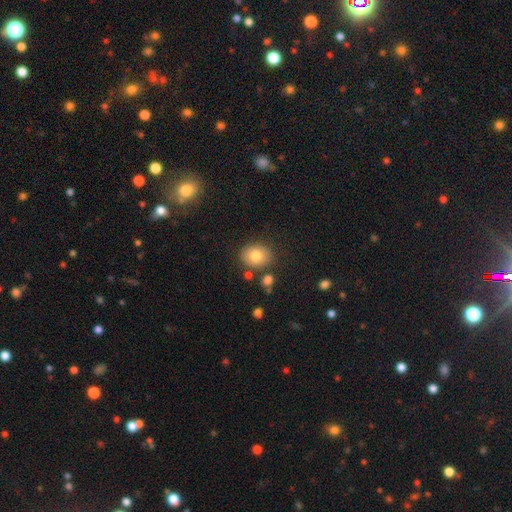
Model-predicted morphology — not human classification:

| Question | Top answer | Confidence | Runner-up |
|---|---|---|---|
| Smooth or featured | smooth | 79% | featured or disk (12%) |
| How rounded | in between | 57% | round (43%) |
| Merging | none | 81% | minor disturbance (11%) |